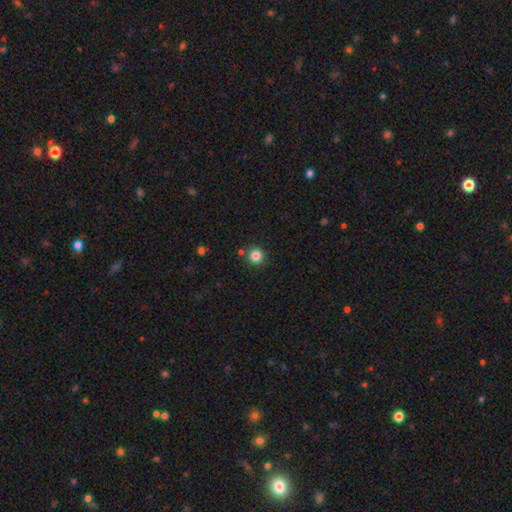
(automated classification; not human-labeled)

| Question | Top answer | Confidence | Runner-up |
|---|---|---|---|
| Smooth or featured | smooth | 84% | star or artifact (12%) |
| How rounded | round | 95% | in between (4%) |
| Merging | none | 86% | minor disturbance (7%) |